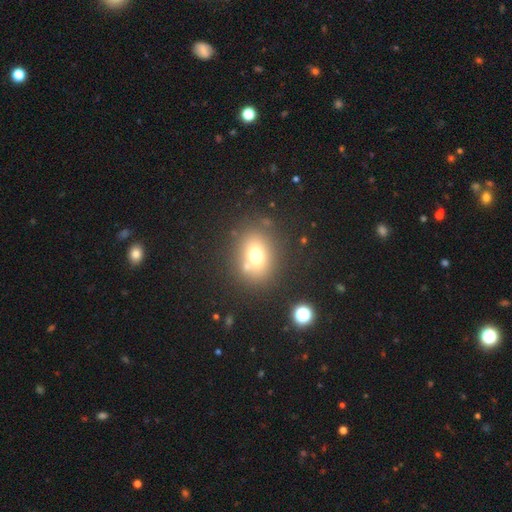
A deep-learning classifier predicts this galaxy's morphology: smooth-or-featured: smooth: 69% | star or artifact: 16% | featured or disk: 15%
  how-rounded: in between: 49% (tied) | round: 49% (tied) | cigar-shaped: 1%
  merging: none: 73% | minor disturbance: 11% | merger: 10% | major disturbance: 5%